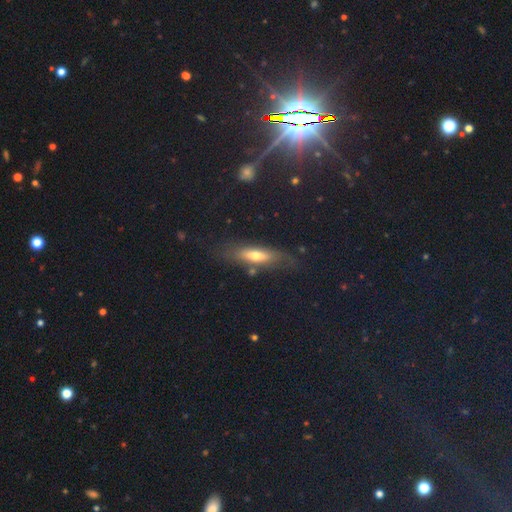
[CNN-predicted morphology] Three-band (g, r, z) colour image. It shows a smooth galaxy with no disk features (53%) that is cigar-shaped (51%). Merging: none (72%).